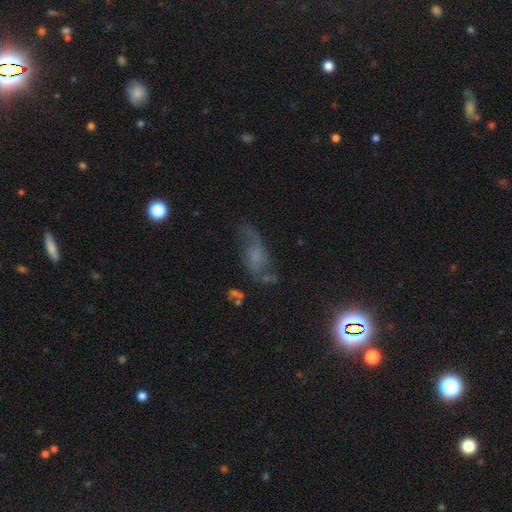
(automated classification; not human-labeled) featured or disk 55%, smooth 27%, star or artifact 18%. Down the decision tree: edge-on disk — no (89%); merging — none (55%).